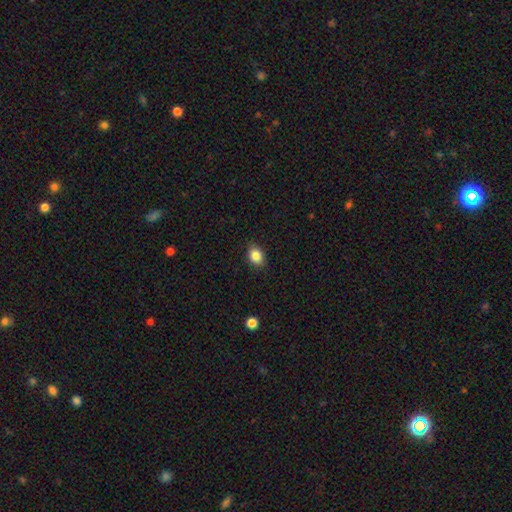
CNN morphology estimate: Overall: smooth (85%). How rounded: in between (63%; round 36%). Merging: none (87%).